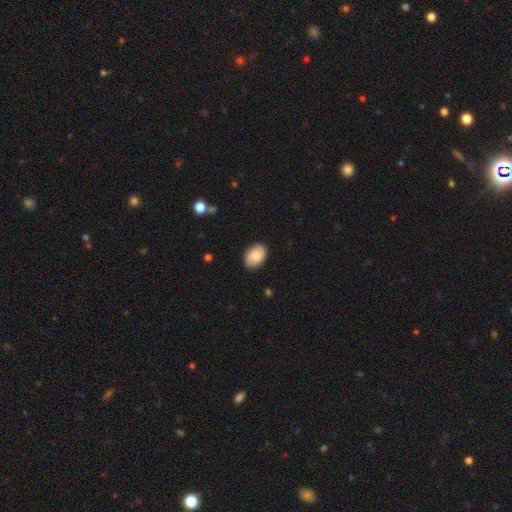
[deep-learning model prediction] smooth 58%, featured or disk 35%, star or artifact 7%. Down the decision tree: how rounded — in between (79%); merging — none (84%).